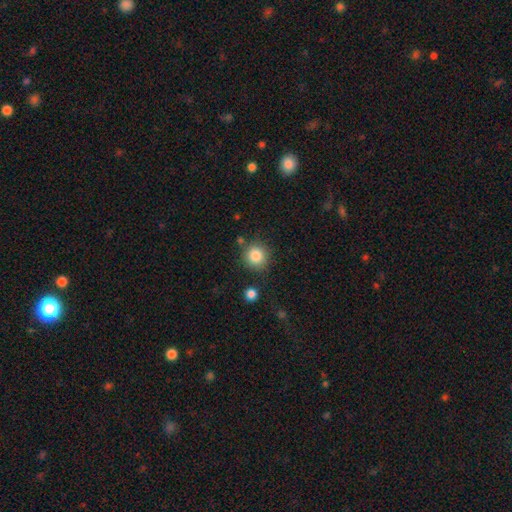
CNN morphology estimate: Overall: smooth (85%). How rounded: round (92%). Merging: none (83%).